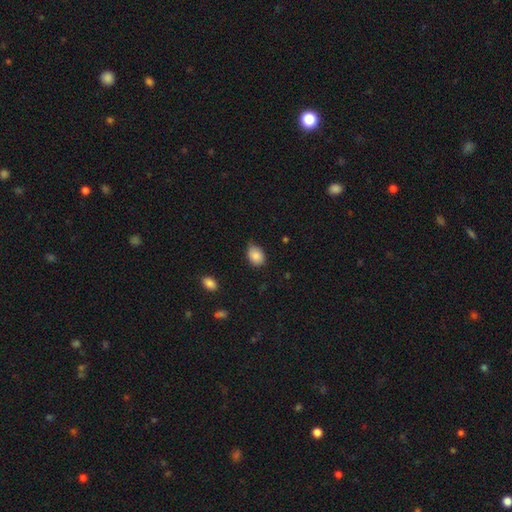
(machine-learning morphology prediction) Smooth or featured: smooth — 85% (star or artifact — 8%)
How rounded: in between — 71% (round — 28%)
Merging: none — 58% (minor disturbance — 35%)